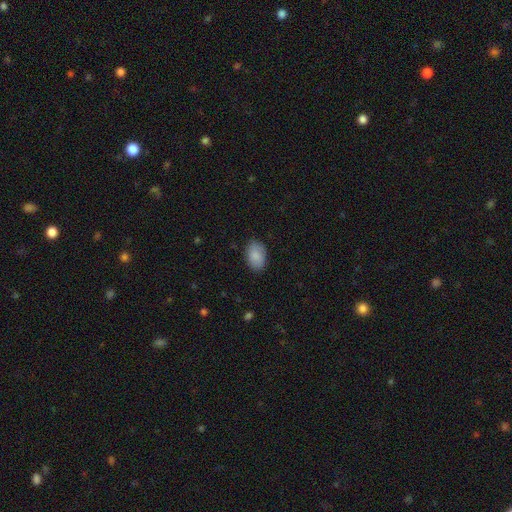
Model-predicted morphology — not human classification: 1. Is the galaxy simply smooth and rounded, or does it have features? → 87% smooth, 6% star or artifact, 6% featured or disk.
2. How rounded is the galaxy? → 90% in between, 9% round, 1% cigar-shaped.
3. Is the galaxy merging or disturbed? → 86% none, 11% minor disturbance, 3% major disturbance, 1% merger.